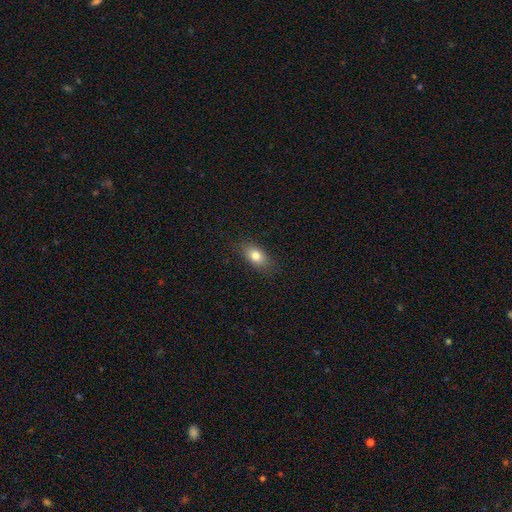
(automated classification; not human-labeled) Q: Smooth or featured?
A: smooth (79%); runner-up: featured or disk (12%)
Q: How rounded?
A: in between (84%); runner-up: round (11%)
Q: Merging?
A: none (83%); runner-up: minor disturbance (13%)